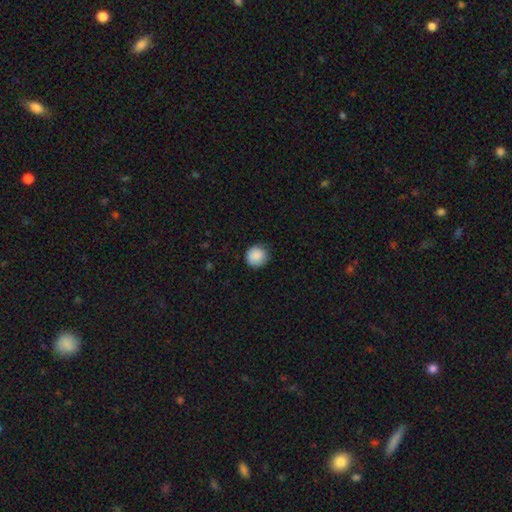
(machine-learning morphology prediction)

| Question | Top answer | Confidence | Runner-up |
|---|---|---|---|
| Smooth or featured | smooth | 88% | star or artifact (8%) |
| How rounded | round | 92% | in between (7%) |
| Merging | none | 84% | minor disturbance (13%) |